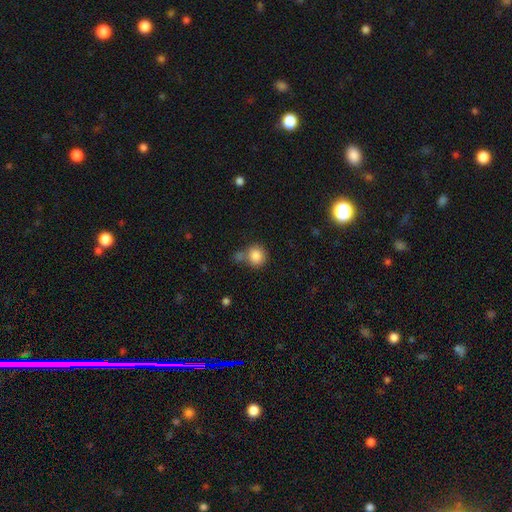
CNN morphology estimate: smooth-or-featured: smooth: 85% | star or artifact: 9% | featured or disk: 6%
  how-rounded: round: 88% | in between: 11% | cigar-shaped: 1%
  merging: none: 59% | merger: 24% | minor disturbance: 12% | major disturbance: 5%